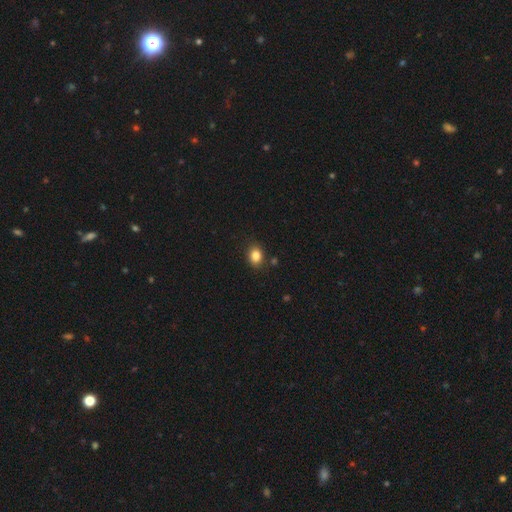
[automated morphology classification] Smooth or featured: smooth — 85% (star or artifact — 10%)
How rounded: in between — 55% (round — 44%)
Merging: none — 85% (minor disturbance — 10%)